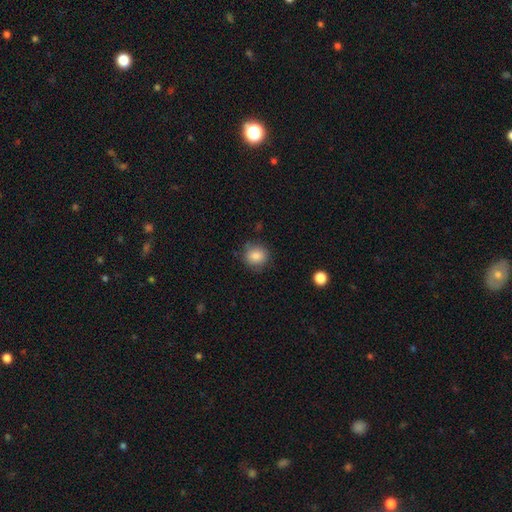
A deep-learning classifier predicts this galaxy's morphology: This is clearly a smooth galaxy (84%). How rounded: clearly round (82%). Merging: clearly none (81%).